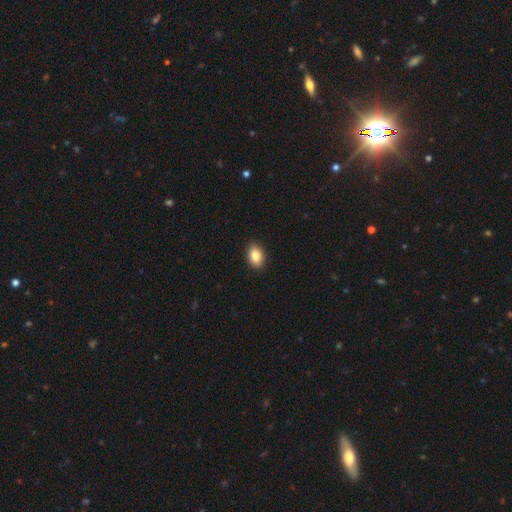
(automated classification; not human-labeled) smooth-or-featured: smooth: 85% | star or artifact: 8% | featured or disk: 7%
  how-rounded: in between: 82% | round: 17% | cigar-shaped: 1%
  merging: none: 90% | minor disturbance: 7% | major disturbance: 2% | merger: 1%